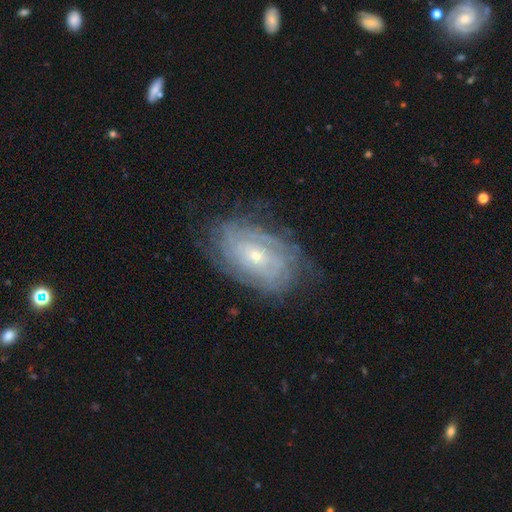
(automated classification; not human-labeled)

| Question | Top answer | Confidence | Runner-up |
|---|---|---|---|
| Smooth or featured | featured or disk | 80% | smooth (13%) |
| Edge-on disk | no | 95% | yes (5%) |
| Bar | no | 70% | weak (24%) |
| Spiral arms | yes | 91% | no (9%) |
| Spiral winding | tight | 77% | medium (18%) |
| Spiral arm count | can't tell | 55% | 2 (12%) |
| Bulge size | small | 68% | moderate (28%) |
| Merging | none | 74% | minor disturbance (18%) |